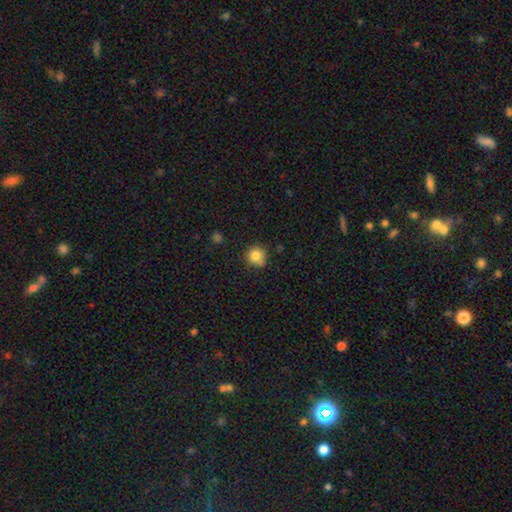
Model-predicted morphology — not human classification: The model was most divided on "merging": none: 74%, minor disturbance: 19%, major disturbance: 4%, merger: 3%. More confident: how rounded — round (91%); smooth or featured — smooth (82%).